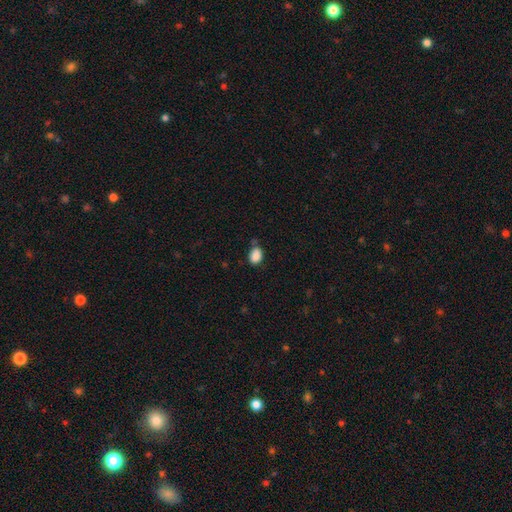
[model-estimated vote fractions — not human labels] smooth 88%, star or artifact 9%, featured or disk 3%. Down the decision tree: how rounded — in between (77%); merging — none (67%).